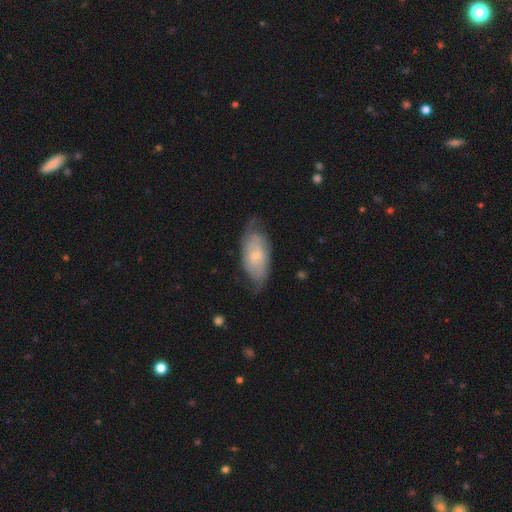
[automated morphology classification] The model was most divided on "smooth or featured": featured or disk: 59%, smooth: 35%, star or artifact: 6%. More confident: edge-on disk — no (92%); spiral arms — yes (80%); bar — no (73%); bulge size — small (66%); merging — none (61%).